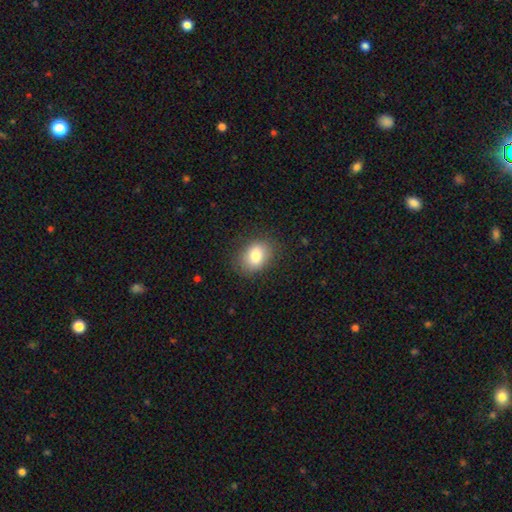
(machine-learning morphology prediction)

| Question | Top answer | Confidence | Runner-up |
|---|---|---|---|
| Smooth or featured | smooth | 80% | featured or disk (11%) |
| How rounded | in between | 65% | round (34%) |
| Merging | none | 82% | minor disturbance (13%) |